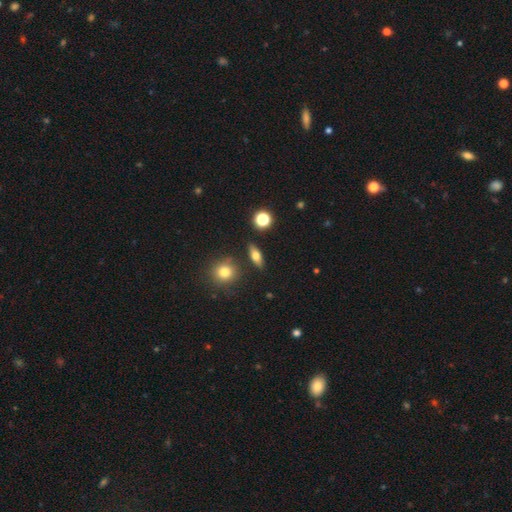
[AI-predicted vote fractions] Q: Smooth or featured?
A: smooth (56%); runner-up: featured or disk (33%)
Q: How rounded?
A: in between (56%); runner-up: cigar-shaped (29%)
Q: Merging?
A: none (85%); runner-up: minor disturbance (9%)